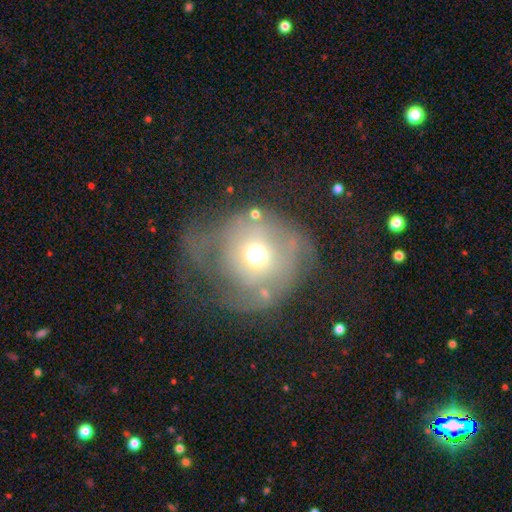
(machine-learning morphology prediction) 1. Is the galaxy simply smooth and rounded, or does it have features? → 45% smooth, 43% featured or disk, 12% star or artifact.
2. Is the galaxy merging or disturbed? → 38% major disturbance, 35% none, 22% minor disturbance, 5% merger.